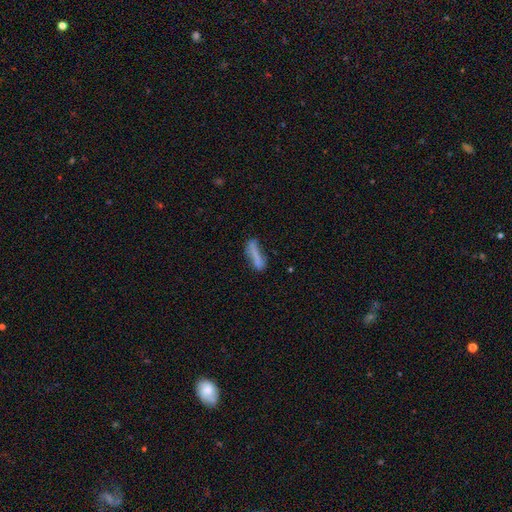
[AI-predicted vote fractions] smooth-or-featured: smooth: 65% | featured or disk: 26% | star or artifact: 9%
  how-rounded: cigar-shaped: 76% | in between: 22% | round: 2%
  merging: none: 54% | minor disturbance: 25% | major disturbance: 13% | merger: 9%